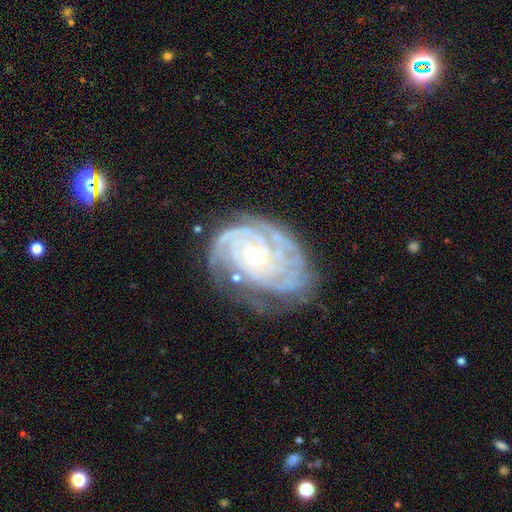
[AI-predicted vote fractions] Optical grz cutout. It shows a featured or disk galaxy (89%) with no bar (72%), tight (80%) spiral arms (97%) and a small central bulge (58%). Merging: none (65%).